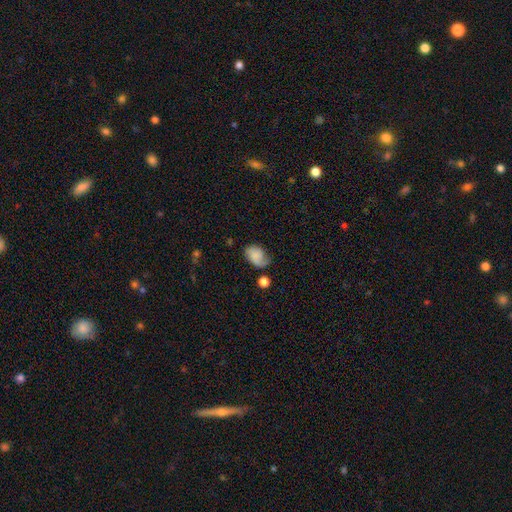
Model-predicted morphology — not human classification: A smooth galaxy with no disk features (62%) that is in between round and cigar-shaped (80%).

Vote fractions:
- Smooth or featured? smooth: 62% / featured or disk: 28% / star or artifact: 10%
- How rounded? in between: 80% / round: 18% / cigar-shaped: 1%
- Merging? none: 48% / minor disturbance: 33% / major disturbance: 15% / merger: 4%